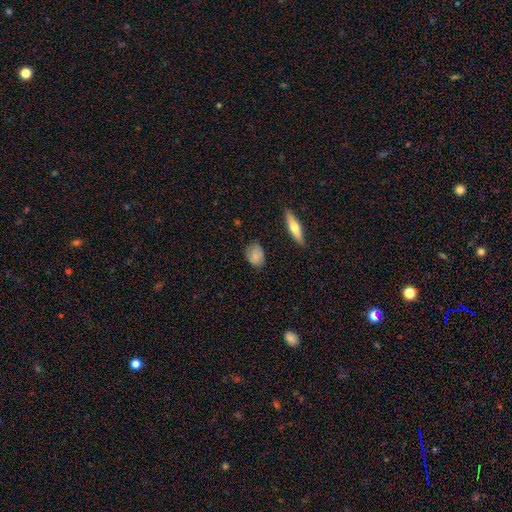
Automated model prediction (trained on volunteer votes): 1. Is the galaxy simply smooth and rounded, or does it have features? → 76% smooth, 16% featured or disk, 8% star or artifact.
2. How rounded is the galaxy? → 61% in between, 36% round, 3% cigar-shaped.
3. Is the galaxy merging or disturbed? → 73% none, 21% minor disturbance, 4% major disturbance, 2% merger.